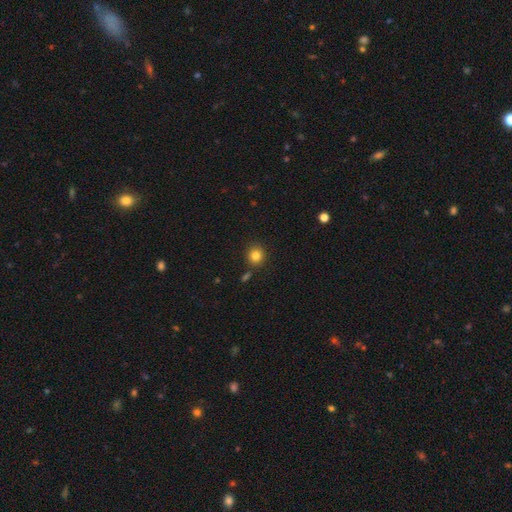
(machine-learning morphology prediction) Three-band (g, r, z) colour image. It shows a smooth galaxy with no disk features (82%) that is round (90%). Merging: none (86%).